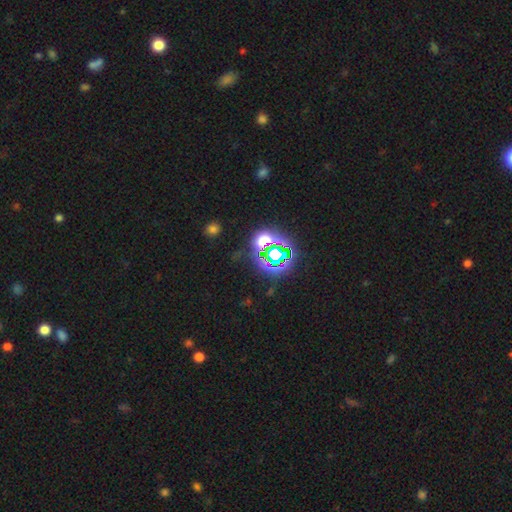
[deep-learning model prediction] The model was most divided on "smooth or featured": star or artifact: 75%, smooth: 16%, featured or disk: 9%.